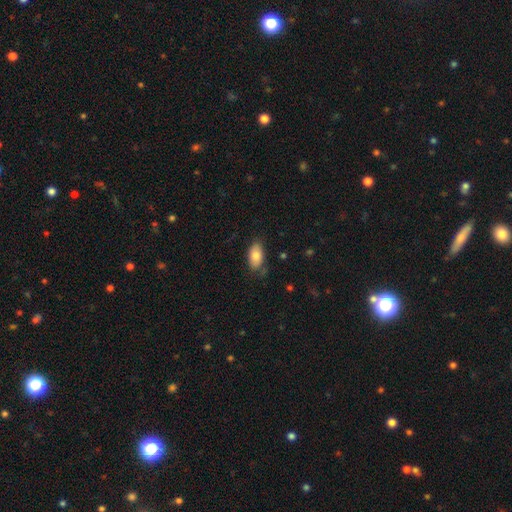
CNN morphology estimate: Overall: smooth (80%). How rounded: in between (93%). Merging: none (73%).